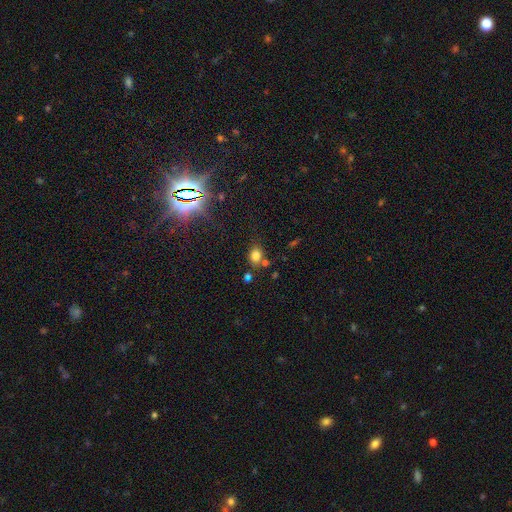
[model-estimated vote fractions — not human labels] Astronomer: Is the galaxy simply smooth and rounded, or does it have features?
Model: smooth — 76%.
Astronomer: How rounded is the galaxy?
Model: round — 55% (runner-up: in between, 44%).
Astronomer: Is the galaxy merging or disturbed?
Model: none — 67%.